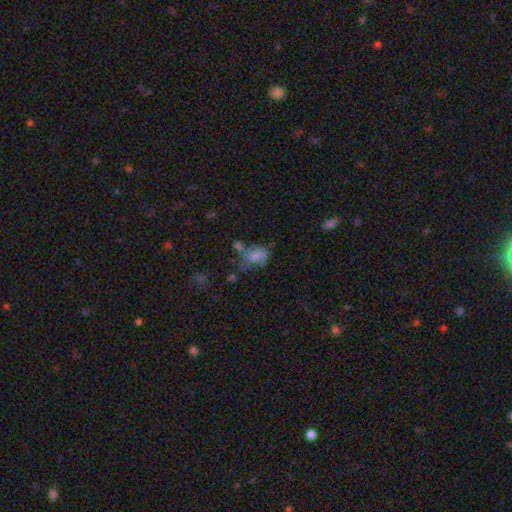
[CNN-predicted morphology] The model was most divided on "merging": none: 29%, merger: 24%, minor disturbance: 24%, major disturbance: 23%. More confident: how rounded — in between (76%); smooth or featured — smooth (65%).